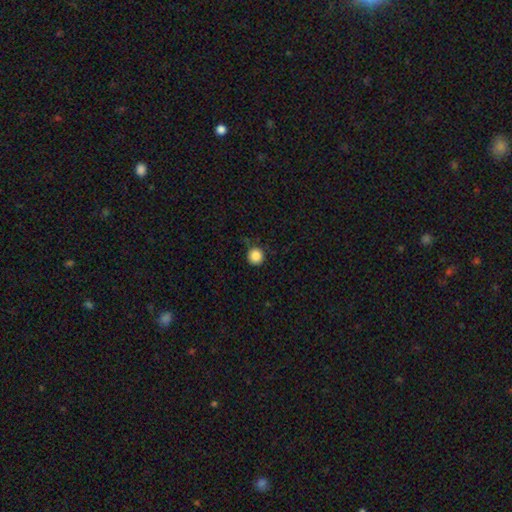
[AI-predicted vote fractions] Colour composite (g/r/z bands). It shows a smooth galaxy with no disk features (87%) that is round (94%). Merging: none (85%).